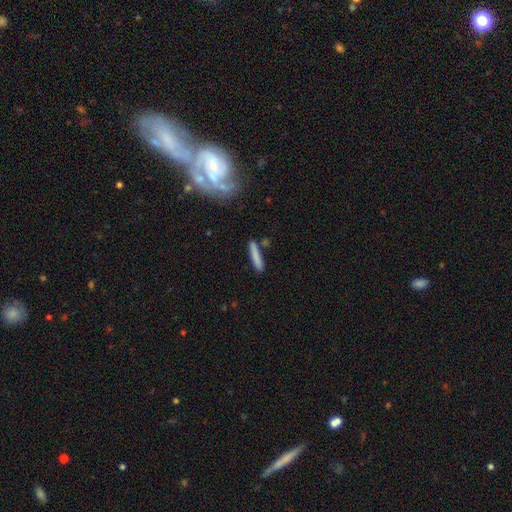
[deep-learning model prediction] Smooth or featured? smooth (82%)
How rounded? cigar-shaped (92%)
Merging? none (83%)